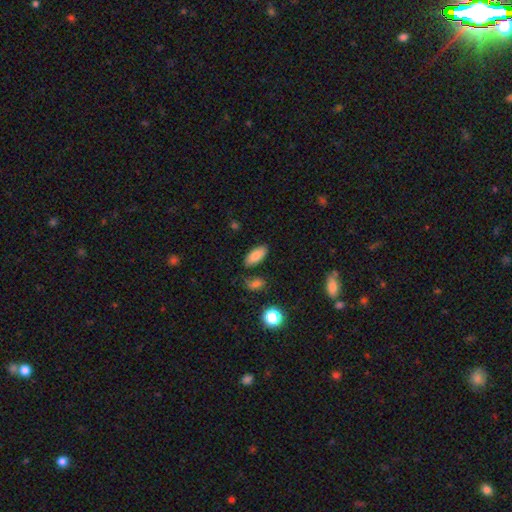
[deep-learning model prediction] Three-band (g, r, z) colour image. It shows a smooth galaxy with no disk features (82%) that is in between round and cigar-shaped (89%). Merging: none (79%).